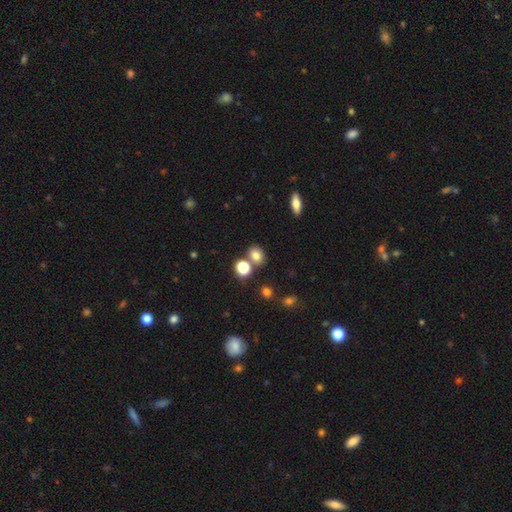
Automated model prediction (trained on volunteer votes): This is likely a smooth galaxy (74%). How rounded: possibly round (53%). Merging: likely none (68%).